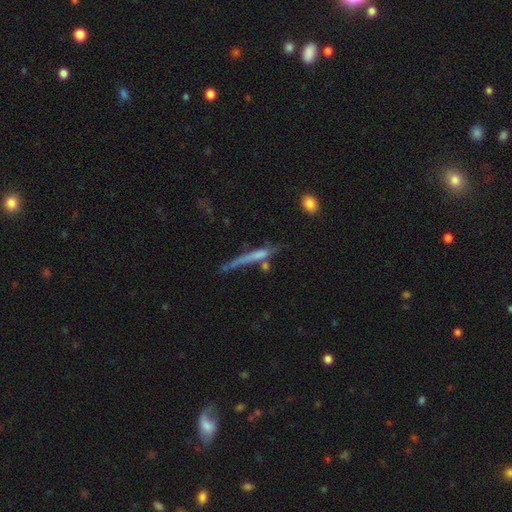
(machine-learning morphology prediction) smooth 45%, featured or disk 44%, star or artifact 10%. Down the decision tree: merging — none (54%).